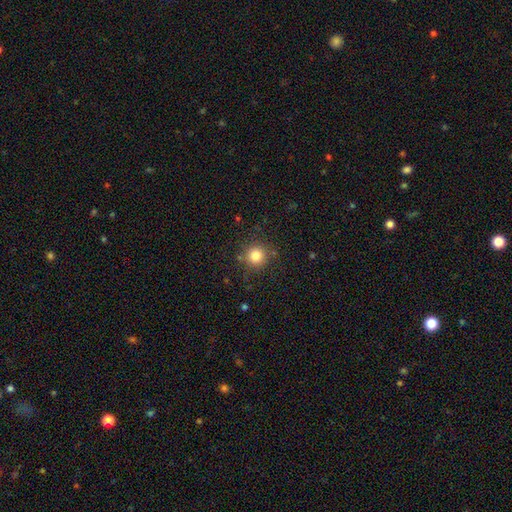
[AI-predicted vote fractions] This appears to be a smooth galaxy with no disk features (82%) that is round (93%). Merging: none (84%).